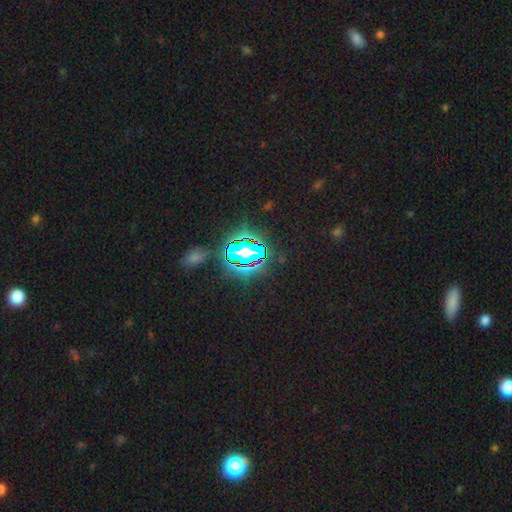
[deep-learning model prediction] Smooth or featured? star or artifact (80%)